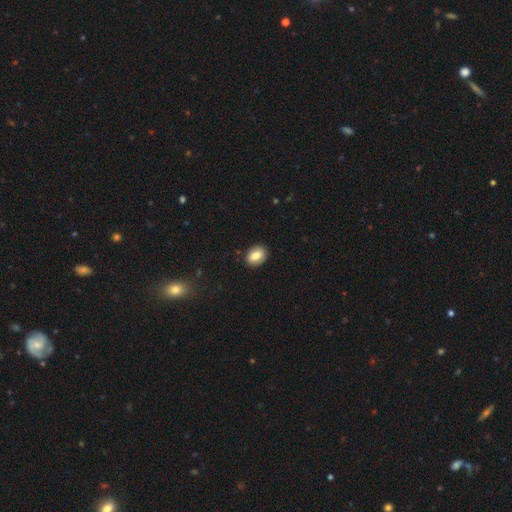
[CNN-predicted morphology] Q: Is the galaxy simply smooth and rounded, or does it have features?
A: smooth — 80%.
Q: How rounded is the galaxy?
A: in between — 69%.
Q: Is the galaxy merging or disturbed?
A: none — 88%.